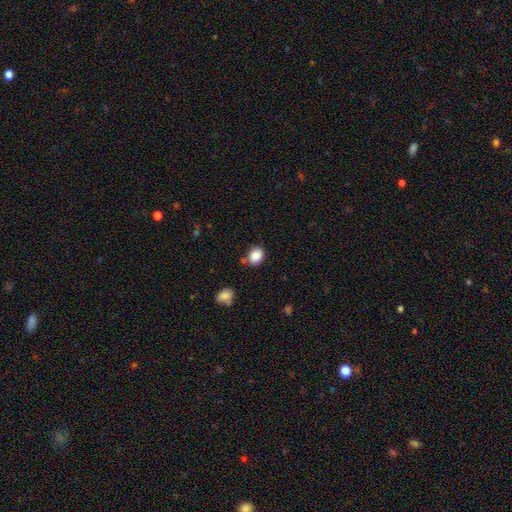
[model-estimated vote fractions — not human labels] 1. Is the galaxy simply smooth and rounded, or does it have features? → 86% smooth, 9% star or artifact, 5% featured or disk.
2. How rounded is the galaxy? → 50% round, 49% in between, 1% cigar-shaped.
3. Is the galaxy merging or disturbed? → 74% none, 15% minor disturbance, 7% merger, 4% major disturbance.